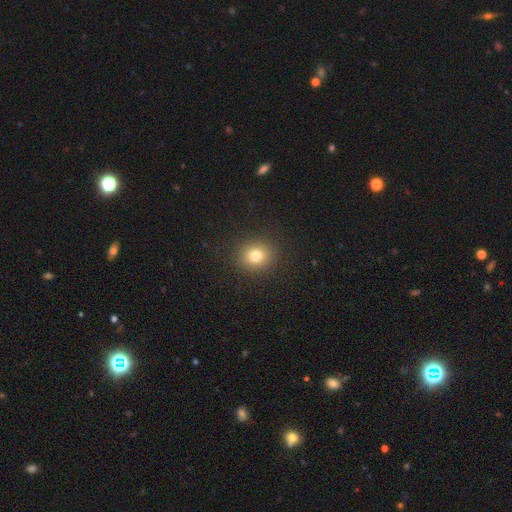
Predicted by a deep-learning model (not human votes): smooth 78%, star or artifact 14%, featured or disk 8%. Down the decision tree: how rounded — round (85%); merging — none (91%).